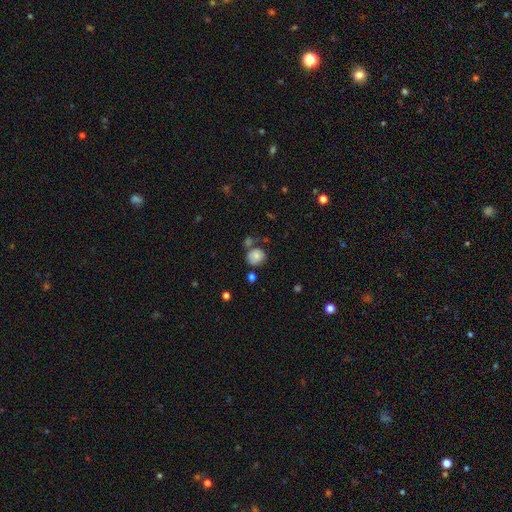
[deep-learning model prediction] The model was most divided on "merging": none: 59%, minor disturbance: 19%, merger: 15%, major disturbance: 7%. More confident: how rounded — round (77%); smooth or featured — smooth (75%).